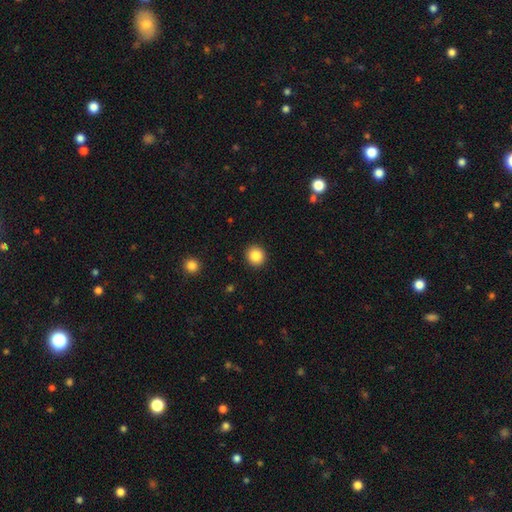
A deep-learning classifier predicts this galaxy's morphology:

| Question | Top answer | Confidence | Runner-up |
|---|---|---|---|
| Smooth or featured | smooth | 86% | star or artifact (9%) |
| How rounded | round | 90% | in between (9%) |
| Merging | none | 92% | minor disturbance (5%) |